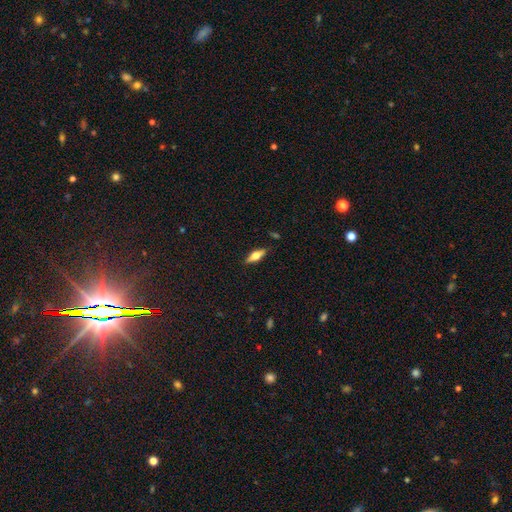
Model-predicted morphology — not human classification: A smooth galaxy with no disk features (48%). Merging: none (86%).